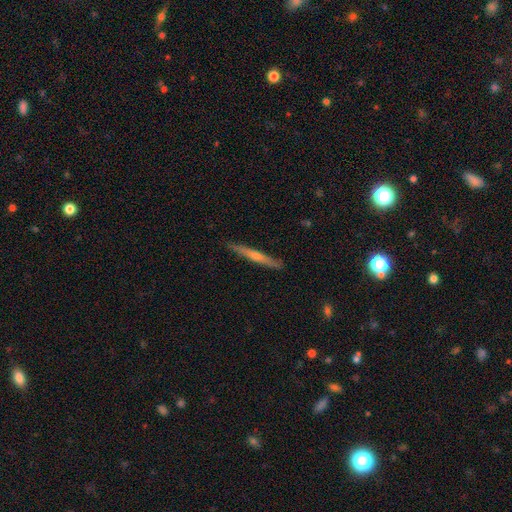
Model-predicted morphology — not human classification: Smooth or featured? featured or disk (67%)
Edge-on disk? yes (97%)
Edge-on bulge? rounded (79%)
Merging? none (90%)